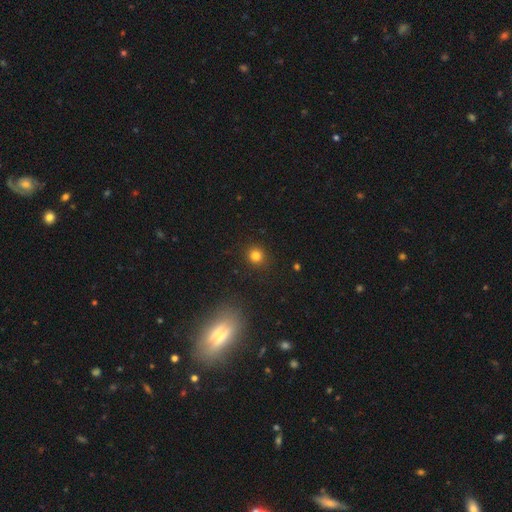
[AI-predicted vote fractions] Morphology: type=smooth (81%); roundness=round (89%); merging=none (90%).